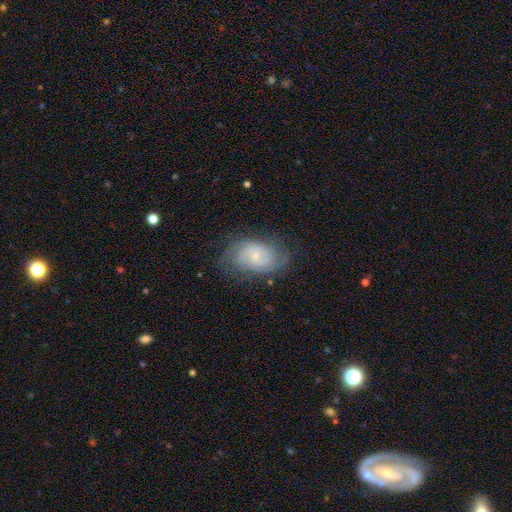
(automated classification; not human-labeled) The model was most divided on "spiral arm count": 2: 44%, can't tell: 33%, 3: 11%, 4: 5%, 1: 4%, more than 4: 4%. More confident: edge-on disk — no (97%); spiral arms — yes (92%); bulge size — small (76%); smooth or featured — featured or disk (73%); merging — none (72%); bar — no (58%); spiral winding — tight (51%).